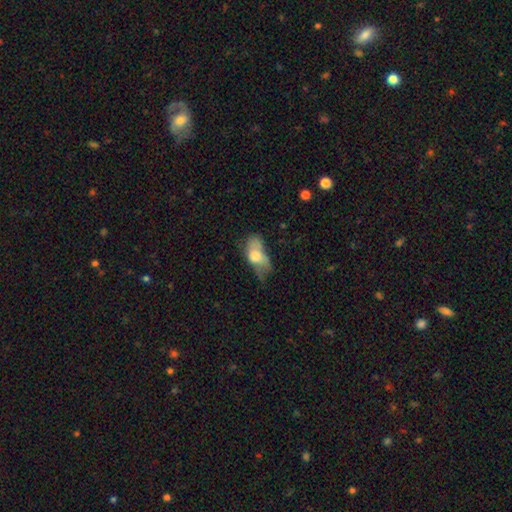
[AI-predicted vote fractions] This is likely a smooth galaxy (64%). How rounded: clearly in between (87%). Merging: marginally major disturbance (35%).